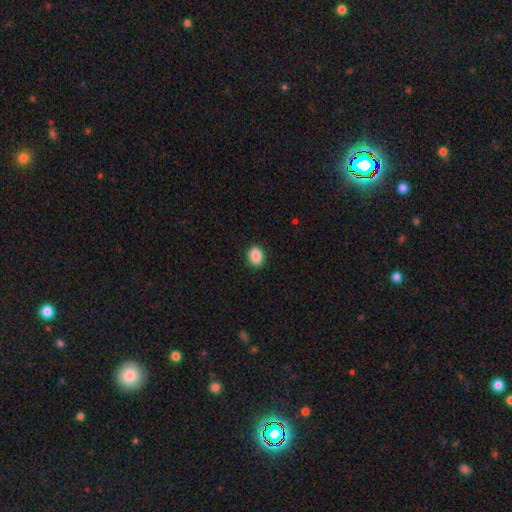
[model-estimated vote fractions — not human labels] Smooth or featured? smooth (89%)
How rounded? round (50%, tied with in between)
Merging? none (90%)